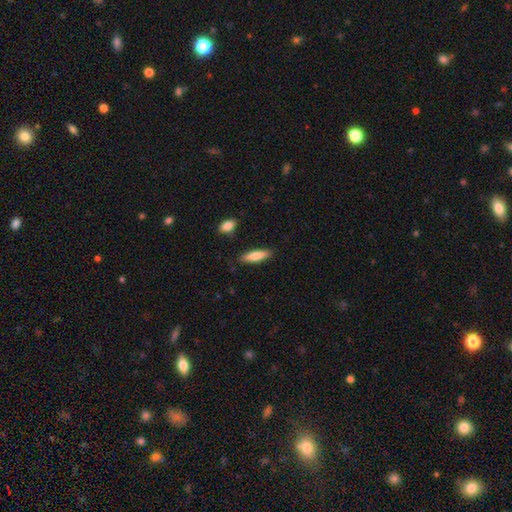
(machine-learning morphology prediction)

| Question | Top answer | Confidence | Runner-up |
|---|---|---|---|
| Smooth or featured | smooth | 78% | featured or disk (16%) |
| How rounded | cigar-shaped | 62% | in between (36%) |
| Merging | none | 86% | minor disturbance (10%) |